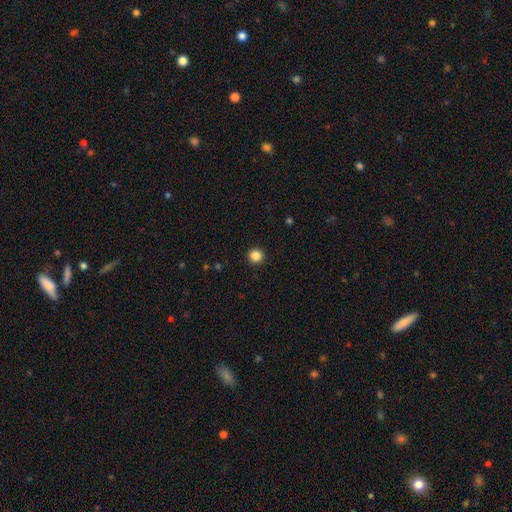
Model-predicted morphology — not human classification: Smooth or featured?
  - smooth: 86% *
  - star or artifact: 11%
  - featured or disk: 3%
How rounded?
  - round: 94% *
  - in between: 5%
  - cigar-shaped: 1%
Merging?
  - none: 93% *
  - minor disturbance: 4%
  - major disturbance: 2%
  - merger: 1%